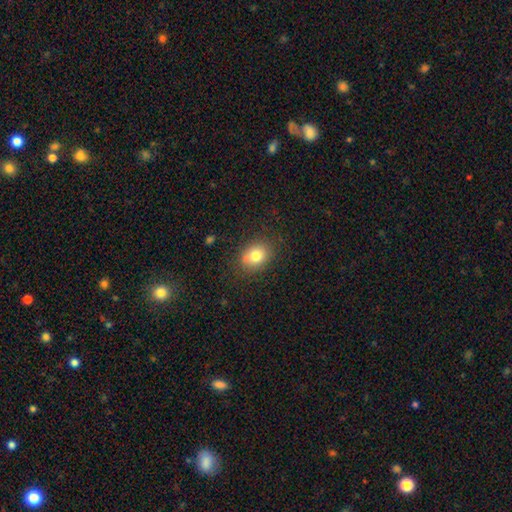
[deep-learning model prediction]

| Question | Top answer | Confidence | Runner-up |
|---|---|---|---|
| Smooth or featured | smooth | 78% | featured or disk (11%) |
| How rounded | in between | 56% | round (43%) |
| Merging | none | 82% | minor disturbance (13%) |